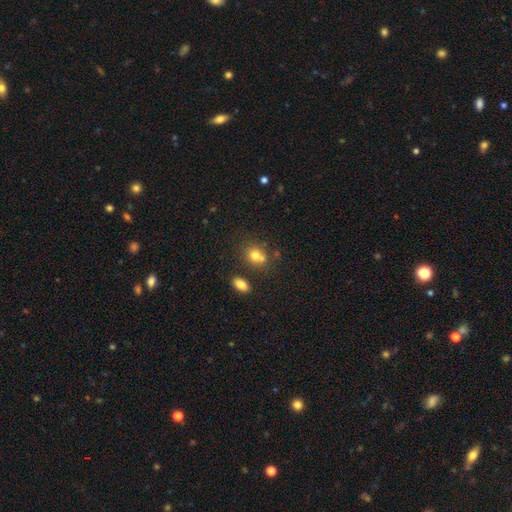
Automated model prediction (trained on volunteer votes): Smooth or featured?
  - smooth: 75% *
  - featured or disk: 13%
  - star or artifact: 13%
How rounded?
  - round: 62% *
  - in between: 37%
  - cigar-shaped: 1%
Merging?
  - none: 50% *
  - merger: 34%
  - minor disturbance: 12%
  - major disturbance: 4%